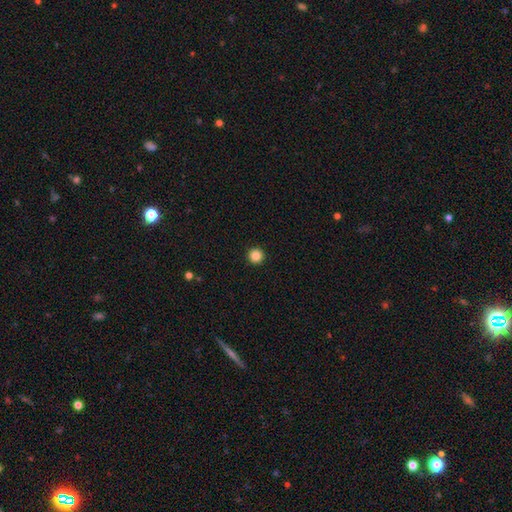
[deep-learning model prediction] smooth-or-featured: smooth: 85% | star or artifact: 11% | featured or disk: 4%
  how-rounded: round: 97% | in between: 2% | cigar-shaped: 1%
  merging: none: 94% | minor disturbance: 3% | major disturbance: 1% | merger: 1%